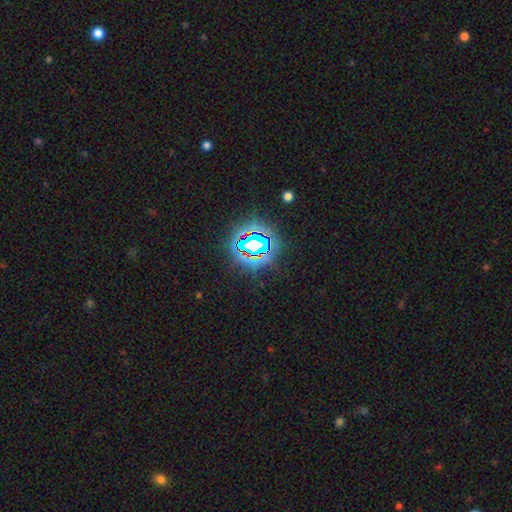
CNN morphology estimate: The model was most divided on "smooth or featured": star or artifact: 79%, smooth: 13%, featured or disk: 8%.